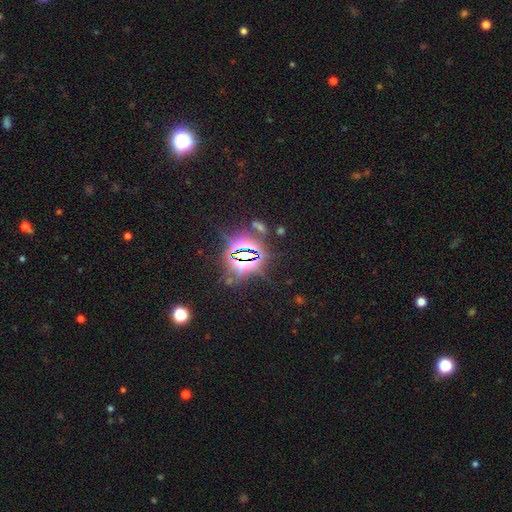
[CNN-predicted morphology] type=star or artifact (83%).